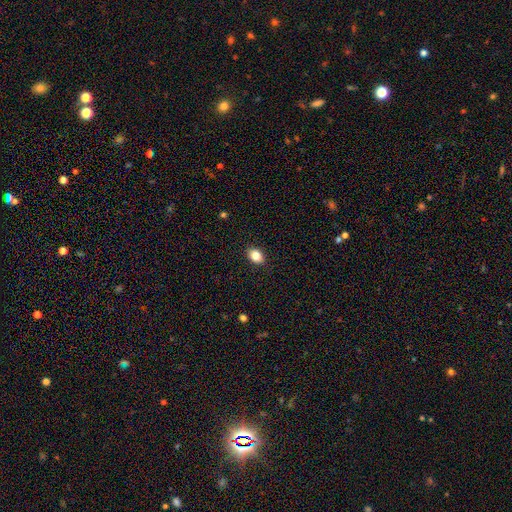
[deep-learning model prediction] Smooth or featured?
  - smooth: 84% *
  - star or artifact: 9%
  - featured or disk: 8%
How rounded?
  - in between: 76% *
  - round: 22%
  - cigar-shaped: 1%
Merging?
  - none: 89% *
  - minor disturbance: 8%
  - major disturbance: 2%
  - merger: 1%